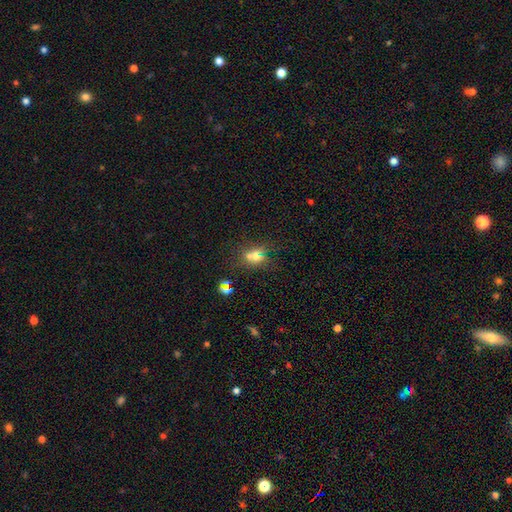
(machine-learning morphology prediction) A smooth galaxy with no disk features (55%) that is round (62%).

Vote fractions:
- Smooth or featured? smooth: 55% / star or artifact: 30% / featured or disk: 16%
- How rounded? round: 62% / in between: 35% / cigar-shaped: 3%
- Merging? none: 56% / merger: 26% / minor disturbance: 11% / major disturbance: 6%